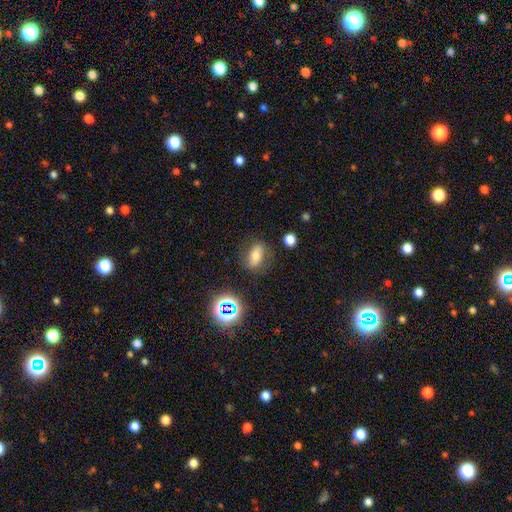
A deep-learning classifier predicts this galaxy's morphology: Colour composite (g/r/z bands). It shows a smooth galaxy with no disk features (59%) that is in between round and cigar-shaped (76%). Merging: none (77%).